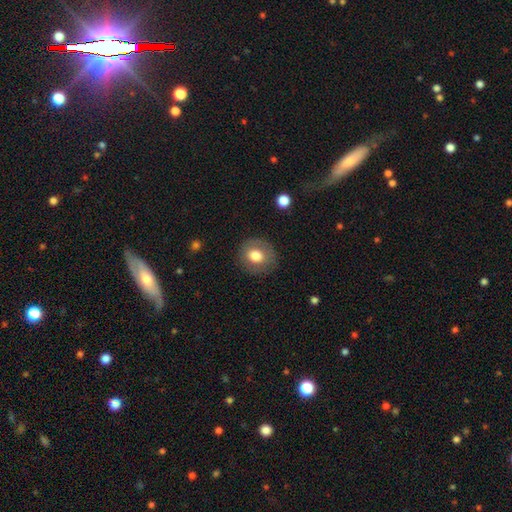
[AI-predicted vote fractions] Smooth or featured? smooth (75%)
How rounded? round (77%)
Merging? none (85%)